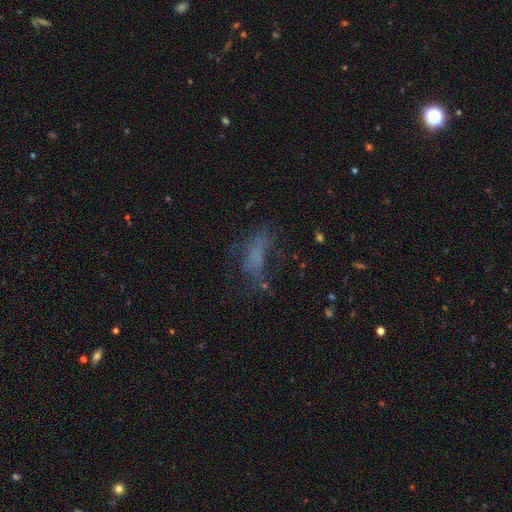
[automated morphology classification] A smooth galaxy with no disk features (43%).

Vote fractions:
- Smooth or featured? smooth: 43% / featured or disk: 33% / star or artifact: 24%
- Merging? none: 40% / major disturbance: 34% / minor disturbance: 20% / merger: 5%